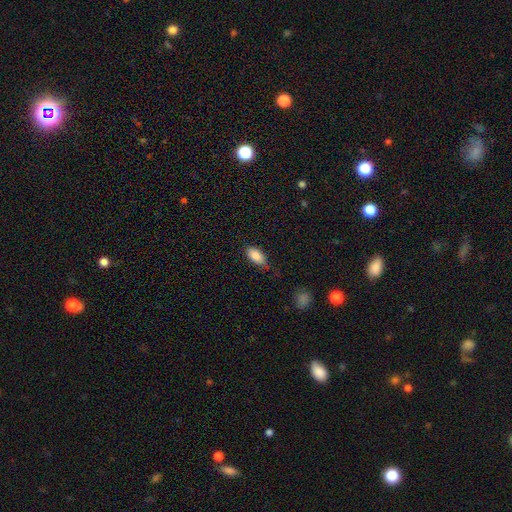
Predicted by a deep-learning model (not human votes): Q: Smooth or featured?
A: smooth (87%); runner-up: star or artifact (7%)
Q: How rounded?
A: in between (91%); runner-up: cigar-shaped (5%)
Q: Merging?
A: none (71%); runner-up: minor disturbance (23%)